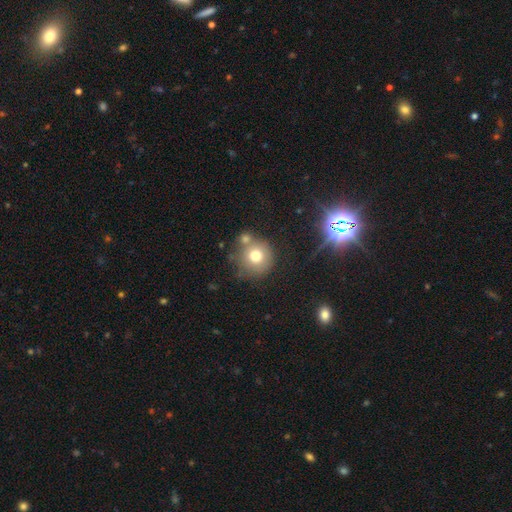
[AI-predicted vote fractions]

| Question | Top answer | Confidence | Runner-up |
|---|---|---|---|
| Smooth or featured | smooth | 73% | featured or disk (14%) |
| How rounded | round | 92% | in between (7%) |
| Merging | none | 59% | merger (23%) |